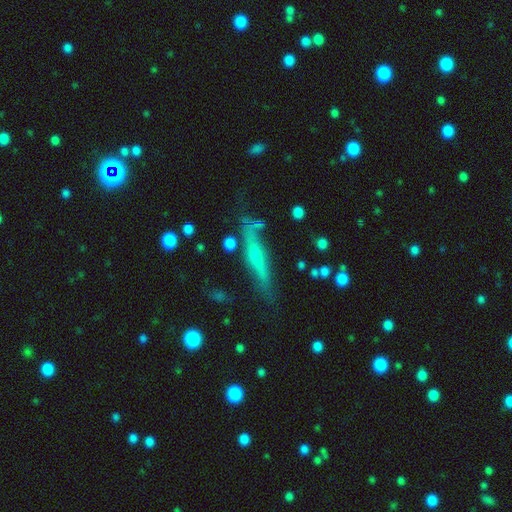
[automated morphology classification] This appears to be a featured or disk galaxy (60%) viewed edge-on (85%) with a rounded central bulge (64%). Merging: none (67%).